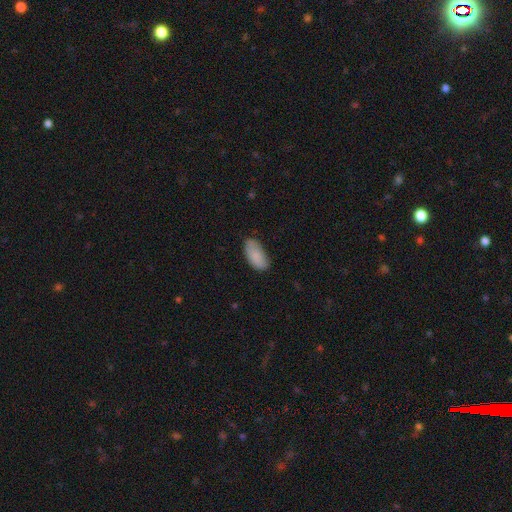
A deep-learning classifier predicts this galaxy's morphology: smooth_or_featured: smooth (p=0.86) [alt: featured or disk p=0.07]
how_rounded: in between (p=0.93) [alt: cigar-shaped p=0.05]
merging: none (p=0.73) [alt: minor disturbance p=0.22]